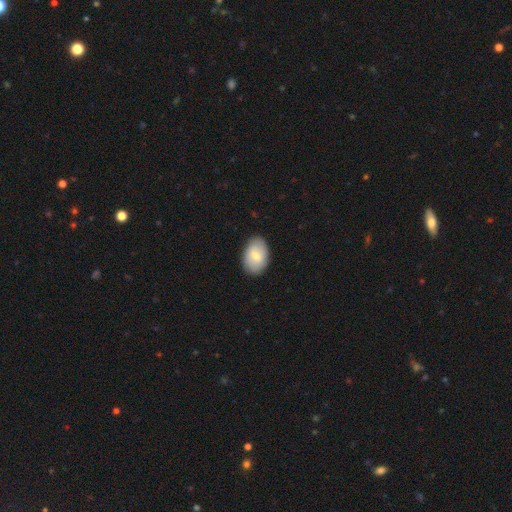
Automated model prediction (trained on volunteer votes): A smooth galaxy with no disk features (70%) that is in between round and cigar-shaped (87%). Merging: none (86%).